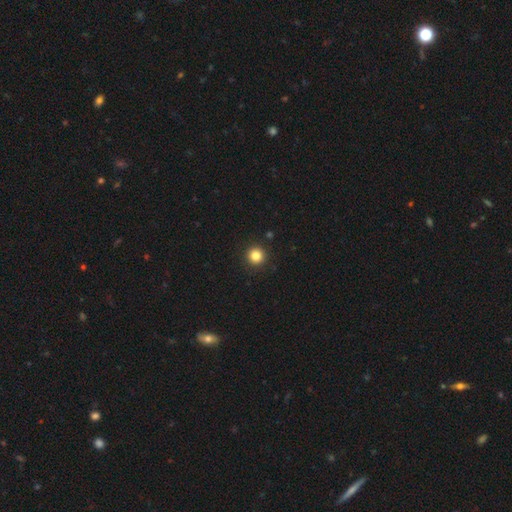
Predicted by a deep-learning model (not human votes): Morphology: type=smooth (84%); roundness=round (96%); merging=none (93%).